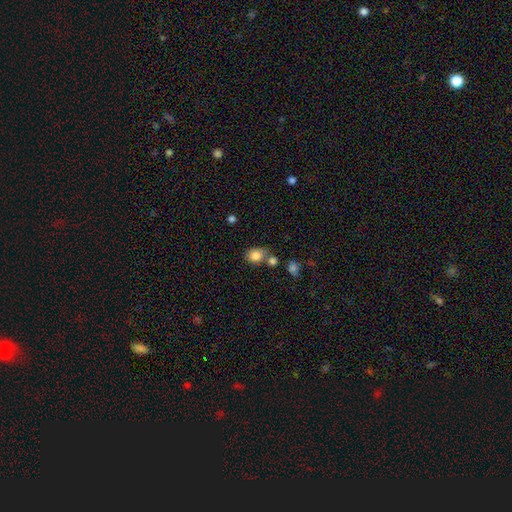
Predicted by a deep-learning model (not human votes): Smooth or featured? Predicted: smooth (p=0.84). How rounded? Predicted: in between (p=0.56). Merging? Predicted: none (p=0.57).